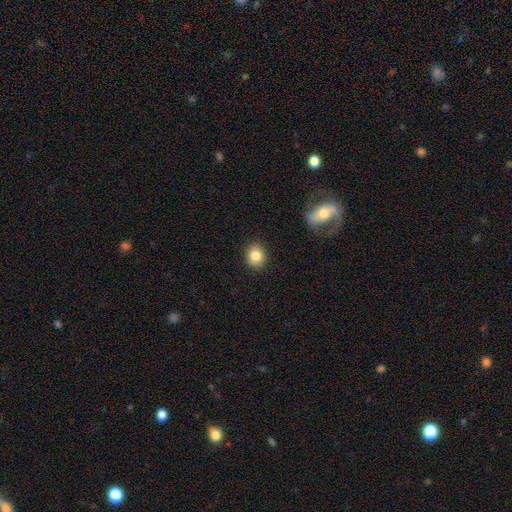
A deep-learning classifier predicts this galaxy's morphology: Smooth or featured: smooth — 84% (star or artifact — 9%)
How rounded: round — 60% (in between — 39%)
Merging: none — 90% (minor disturbance — 7%)